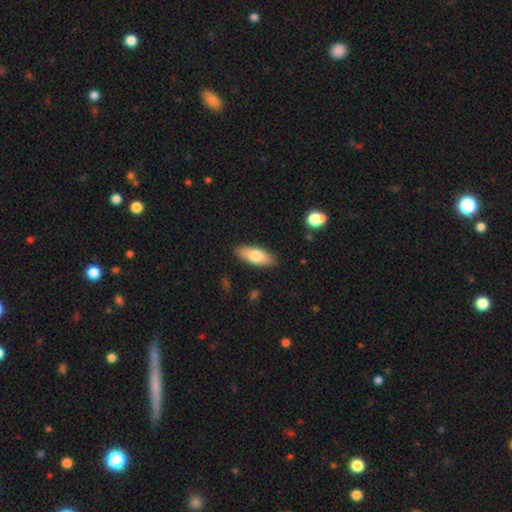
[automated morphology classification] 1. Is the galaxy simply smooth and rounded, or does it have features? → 74% smooth, 20% featured or disk, 6% star or artifact.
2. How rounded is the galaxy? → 77% in between, 20% cigar-shaped, 2% round.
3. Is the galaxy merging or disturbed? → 88% none, 9% minor disturbance, 2% major disturbance, 1% merger.